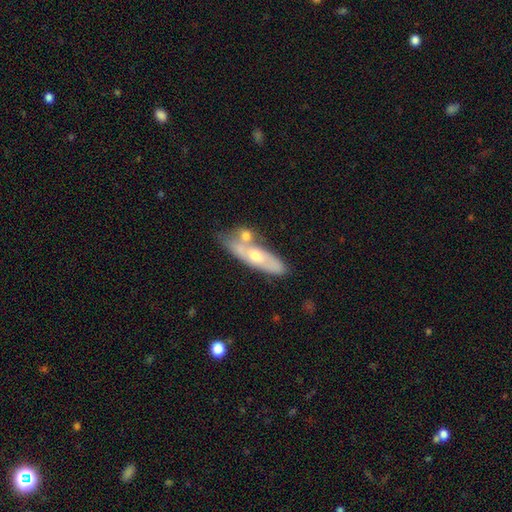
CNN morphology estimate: Smooth or featured: featured or disk — 58% (smooth — 35%)
Edge-on disk: no — 56% (yes — 44%)
Merging: none — 58% (merger — 22%)